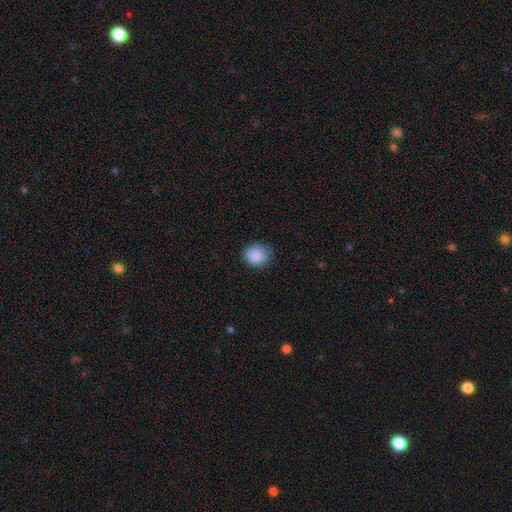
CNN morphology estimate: smooth_or_featured: smooth (p=0.88) [alt: star or artifact p=0.08]
how_rounded: round (p=0.71) [alt: in between p=0.28]
merging: none (p=0.75) [alt: minor disturbance p=0.20]